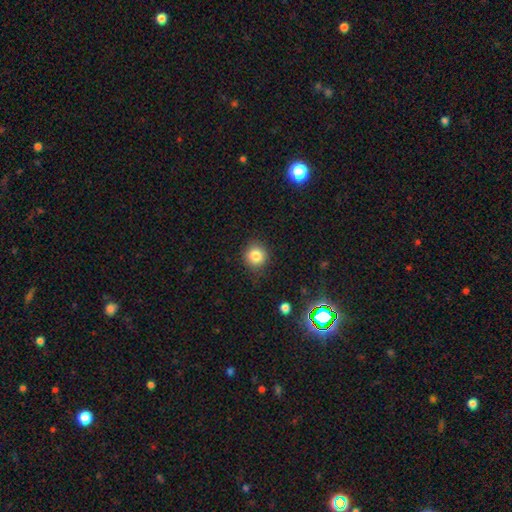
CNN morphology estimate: This appears to be a smooth galaxy with no disk features (83%) that is round (90%). Merging: none (86%).